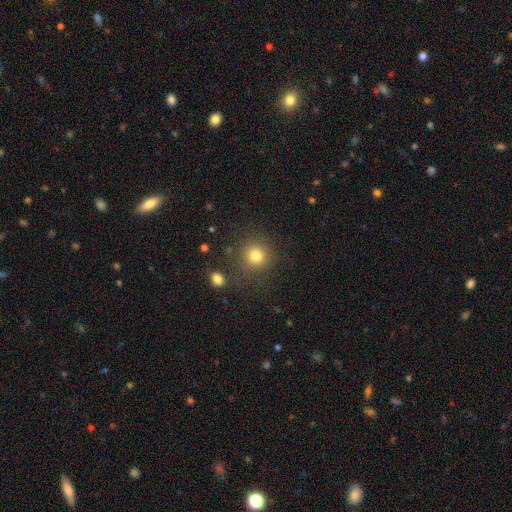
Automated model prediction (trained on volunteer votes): This appears to be a smooth galaxy with no disk features (79%) that is round (91%). Merging: none (83%).